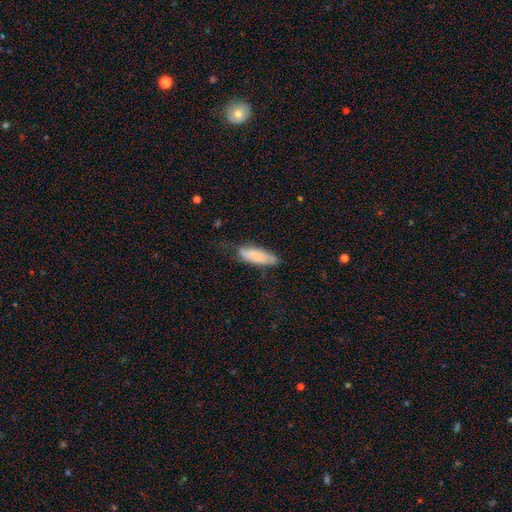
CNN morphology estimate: This is likely a smooth galaxy (79%). How rounded: possibly in between (53%). Merging: possibly none (57%).